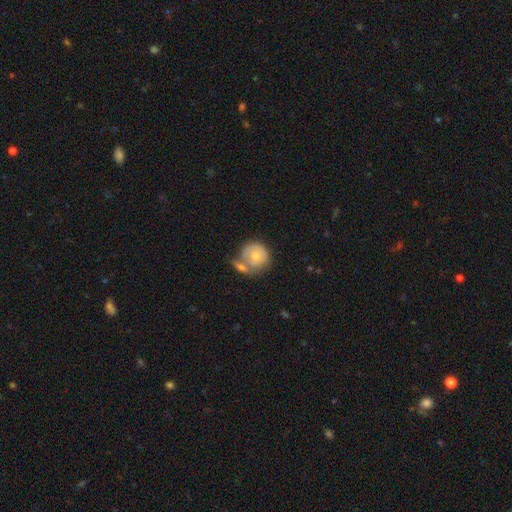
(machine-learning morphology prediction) A smooth galaxy with no disk features (66%) that is round (86%).

Vote fractions:
- Smooth or featured? smooth: 66% / featured or disk: 28% / star or artifact: 6%
- How rounded? round: 86% / in between: 13% / cigar-shaped: 1%
- Merging? none: 38% / merger: 36% / minor disturbance: 17% / major disturbance: 8%